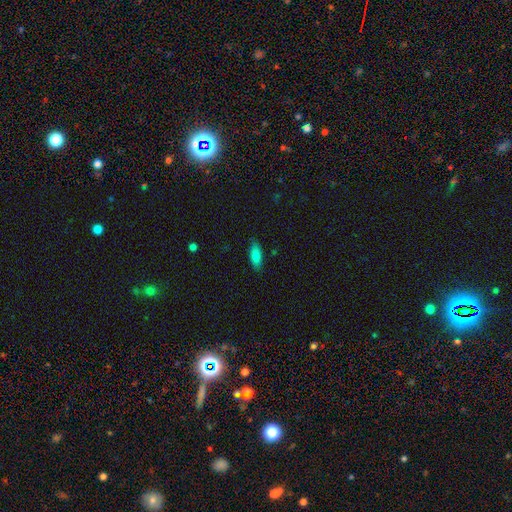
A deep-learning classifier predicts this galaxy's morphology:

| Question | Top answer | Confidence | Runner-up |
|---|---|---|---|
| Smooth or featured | smooth | 84% | featured or disk (8%) |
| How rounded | in between | 73% | cigar-shaped (25%) |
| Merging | none | 85% | minor disturbance (12%) |